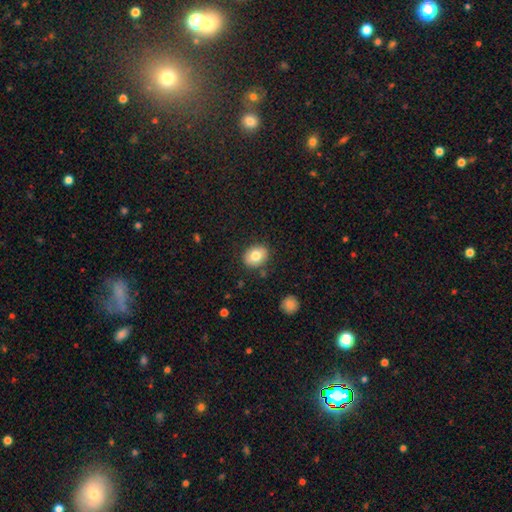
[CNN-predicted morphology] A smooth galaxy with no disk features (79%) that is in between round and cigar-shaped (51%).

Vote fractions:
- Smooth or featured? smooth: 79% / featured or disk: 13% / star or artifact: 8%
- How rounded? in between: 51% / round: 48% / cigar-shaped: 1%
- Merging? none: 84% / minor disturbance: 11% / major disturbance: 3% / merger: 2%